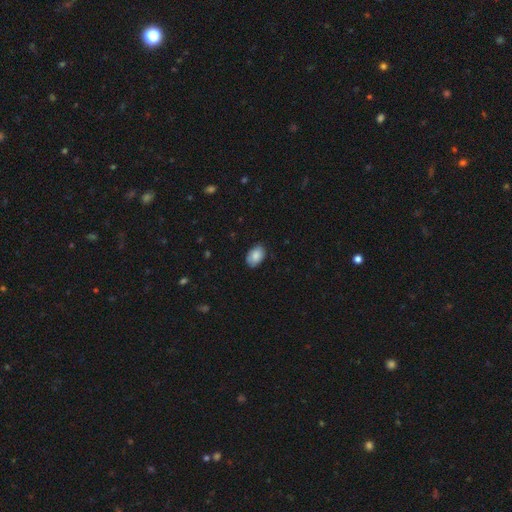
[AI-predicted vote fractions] smooth-or-featured: smooth: 84% | featured or disk: 9% | star or artifact: 7%
  how-rounded: in between: 86% | round: 13% | cigar-shaped: 1%
  merging: none: 79% | minor disturbance: 17% | major disturbance: 3% | merger: 1%